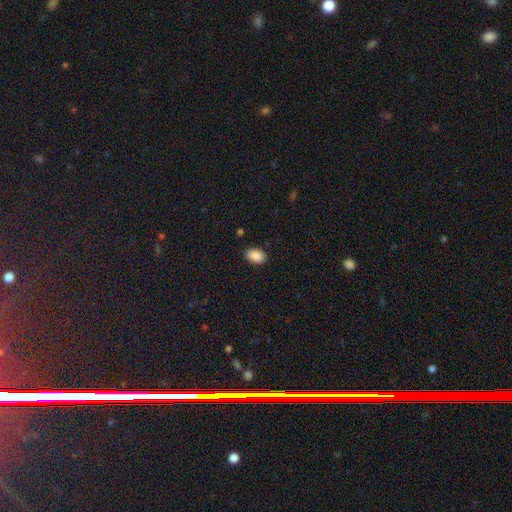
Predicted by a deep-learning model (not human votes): This is clearly a smooth galaxy (89%). How rounded: clearly in between (85%). Merging: clearly none (87%).